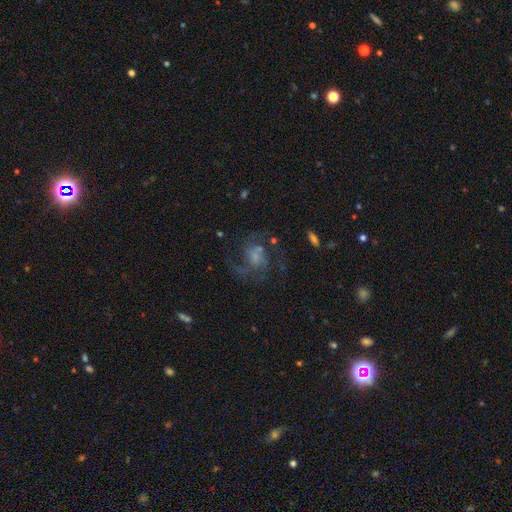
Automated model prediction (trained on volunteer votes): A featured or disk galaxy (75%) with no bar (63%), 2 (59%) medium (53%) spiral arms (90%) and no central bulge (33%).

Vote fractions:
- Smooth or featured? featured or disk: 75% / smooth: 15% / star or artifact: 10%
- Edge-on disk? no: 98% / yes: 2%
- Bar? no: 63% / weak: 31% / strong: 6%
- Spiral arms? yes: 90% / no: 10%
- Spiral winding? medium: 53% / loose: 30% / tight: 17%
- Spiral arm count? 2: 59% / 3: 14% / can't tell: 13% / 1: 6% / 4: 4% / more than 4: 4%
- Bulge size? none: 33% / small: 30% / moderate: 24% / large: 10% / dominant: 2%
- Merging? none: 59% / major disturbance: 21% / minor disturbance: 16% / merger: 4%